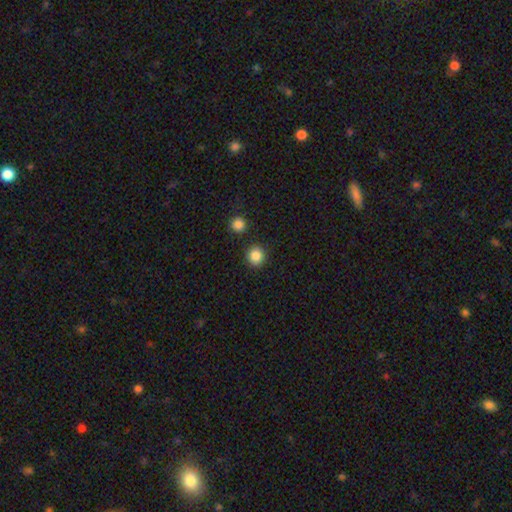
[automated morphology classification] The model was most divided on "smooth or featured": smooth: 86%, star or artifact: 10%, featured or disk: 4%. More confident: how rounded — round (91%); merging — none (89%).